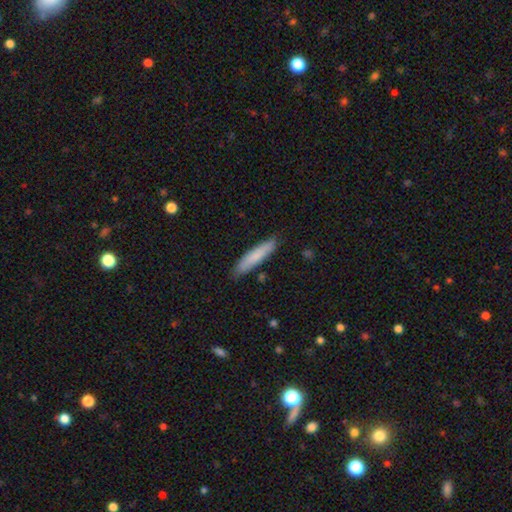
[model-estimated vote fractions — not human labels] smooth 79%, featured or disk 15%, star or artifact 6%. Down the decision tree: how rounded — cigar-shaped (86%); merging — none (86%).